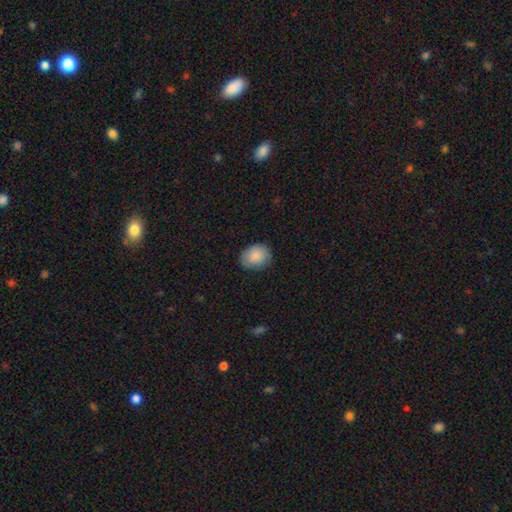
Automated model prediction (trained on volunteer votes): Smooth or featured? Predicted: smooth (p=0.86). How rounded? Predicted: in between (p=0.52). Merging? Predicted: none (p=0.78).